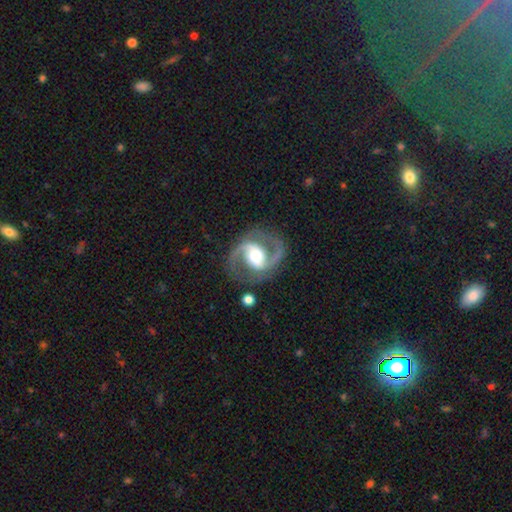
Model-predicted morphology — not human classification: Smooth or featured? featured or disk (90%)
Edge-on disk? no (98%)
Bar? strong (37%, tied with weak)
Spiral arms? yes (96%)
Spiral winding? medium (63%)
Spiral arm count? 2 (94%)
Bulge size? moderate (65%)
Merging? none (82%)